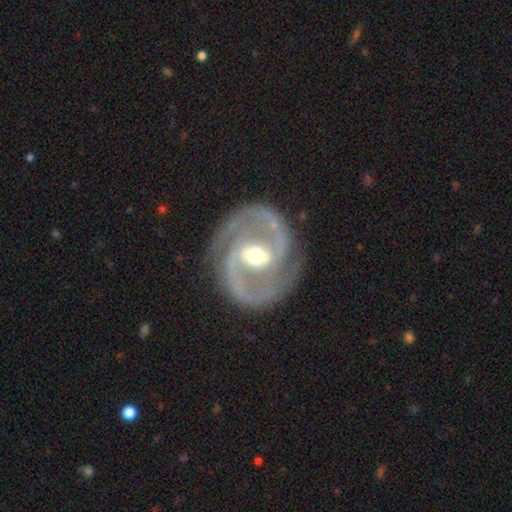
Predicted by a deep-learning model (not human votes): Smooth or featured? Predicted: featured or disk (p=0.92). Edge-on disk? Predicted: no (p=0.98). Bar? Predicted: weak (p=0.45). Spiral arms? Predicted: yes (p=0.97). Spiral winding? Predicted: medium (p=0.57). Spiral arm count? Predicted: 2 (p=0.93). Bulge size? Predicted: moderate (p=0.72). Merging? Predicted: none (p=0.83).